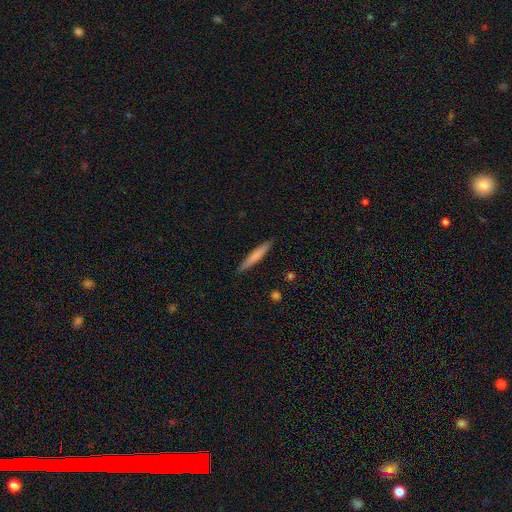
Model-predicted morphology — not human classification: This is likely a smooth galaxy (69%). How rounded: clearly cigar-shaped (95%). Merging: clearly none (89%).